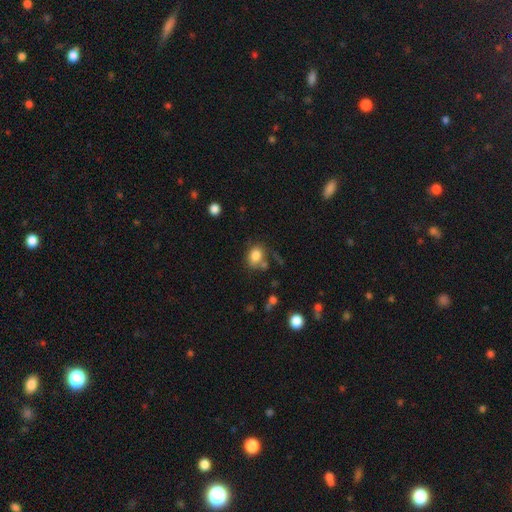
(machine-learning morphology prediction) A smooth galaxy with no disk features (83%) that is in between round and cigar-shaped (59%). Merging: none (61%).